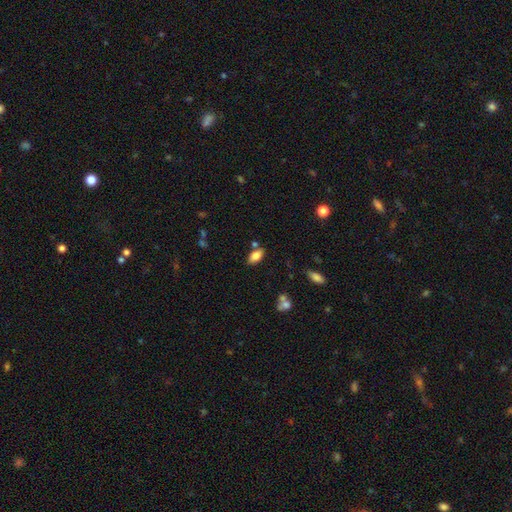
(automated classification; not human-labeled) This appears to be a smooth galaxy with no disk features (80%) that is in between round and cigar-shaped (92%). Merging: none (74%).